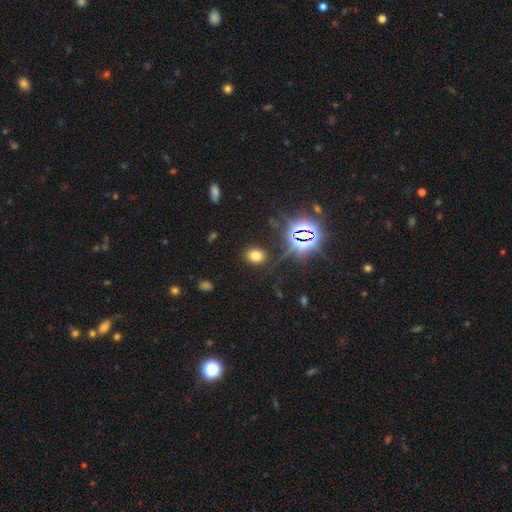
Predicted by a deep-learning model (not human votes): Smooth or featured? Predicted: smooth (p=0.66). How rounded? Predicted: in between (p=0.64). Merging? Predicted: none (p=0.83).